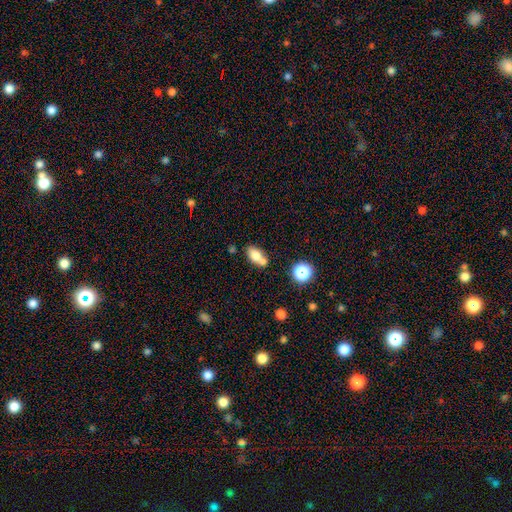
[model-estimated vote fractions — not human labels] Overall: smooth (73%). How rounded: in between (81%). Merging: none (46%; merger 37%).